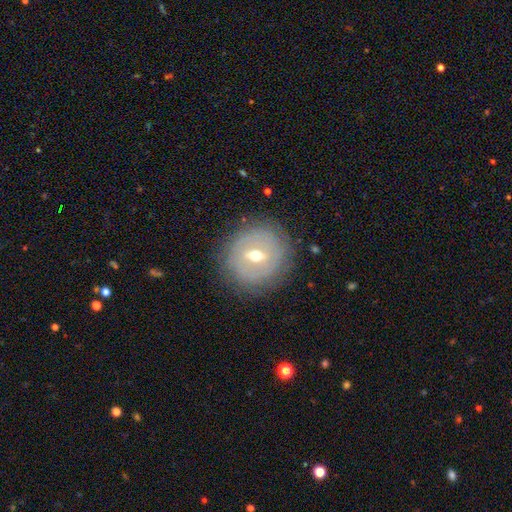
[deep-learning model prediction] smooth_or_featured: featured or disk (p=0.63) [alt: smooth p=0.29]
disk_edge_on: no (p=0.91) [alt: yes p=0.09]
bar: weak (p=0.55) [alt: strong p=0.28]
has_spiral_arms: no (p=0.58) [alt: yes p=0.42]
bulge_size: moderate (p=0.65) [alt: small p=0.30]
merging: none (p=0.81) [alt: minor disturbance p=0.12]